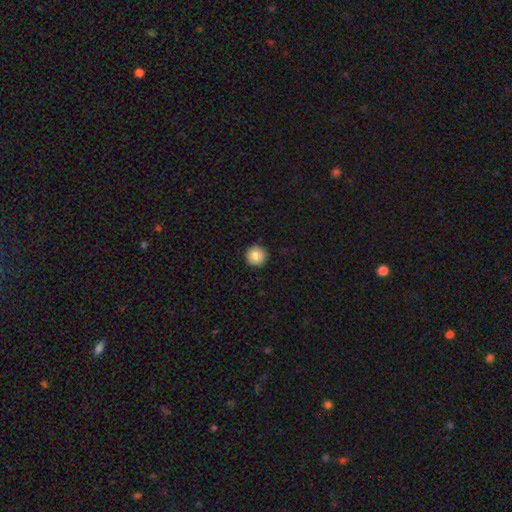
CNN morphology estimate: This appears to be a smooth galaxy with no disk features (85%) that is round (96%). Merging: none (93%).